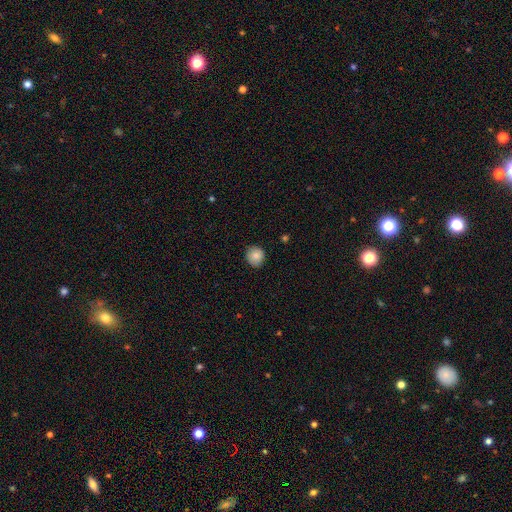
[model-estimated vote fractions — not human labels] This is clearly a smooth galaxy (86%). How rounded: clearly round (88%). Merging: clearly none (87%).